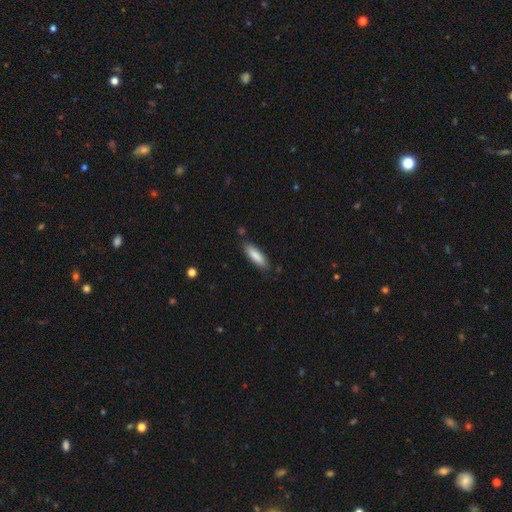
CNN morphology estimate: The model was most divided on "how rounded": cigar-shaped: 55%, in between: 43%, round: 1%. More confident: smooth or featured — smooth (85%); merging — none (83%).